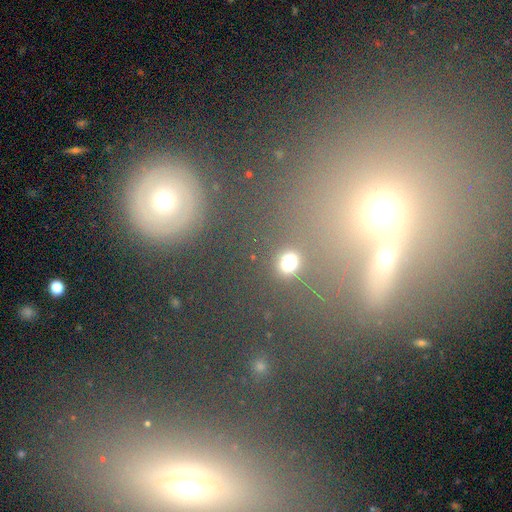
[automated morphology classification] Overall: smooth (55%; star or artifact 31%). How rounded: round (80%). Merging: none (79%).